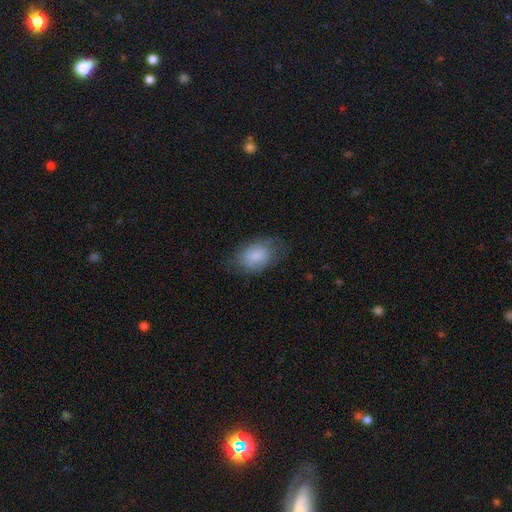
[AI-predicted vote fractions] A smooth galaxy with no disk features (79%) that is in between round and cigar-shaped (87%).

Vote fractions:
- Smooth or featured? smooth: 79% / featured or disk: 14% / star or artifact: 7%
- How rounded? in between: 87% / round: 11% / cigar-shaped: 1%
- Merging? none: 68% / minor disturbance: 22% / major disturbance: 9% / merger: 1%